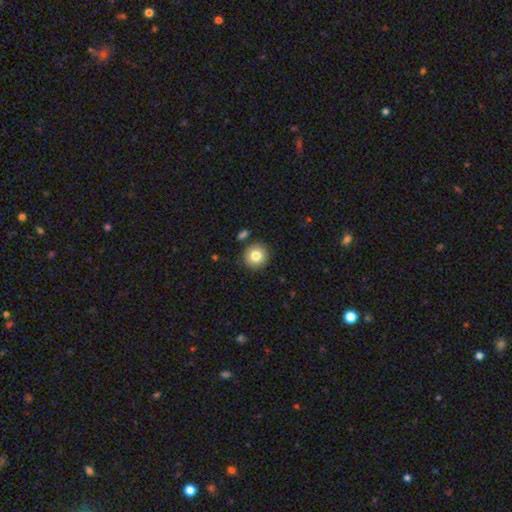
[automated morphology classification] The model was most divided on "smooth or featured": smooth: 81%, star or artifact: 10%, featured or disk: 9%. More confident: how rounded — round (92%); merging — none (86%).